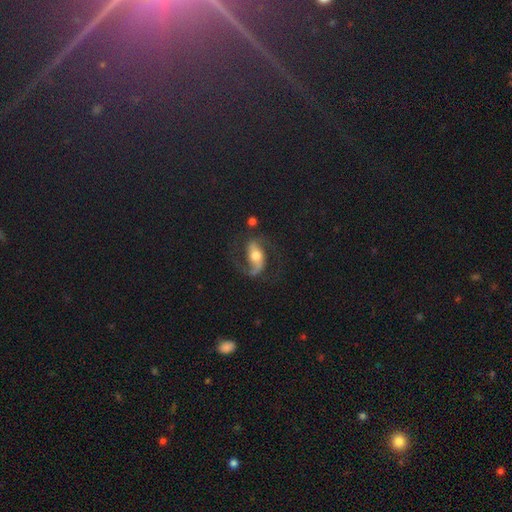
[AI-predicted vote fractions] A featured or disk galaxy (79%) with a strong bar (39%), 2 (82%) medium (45%) spiral arms (94%) and a moderate central bulge (65%). Merging: none (63%).